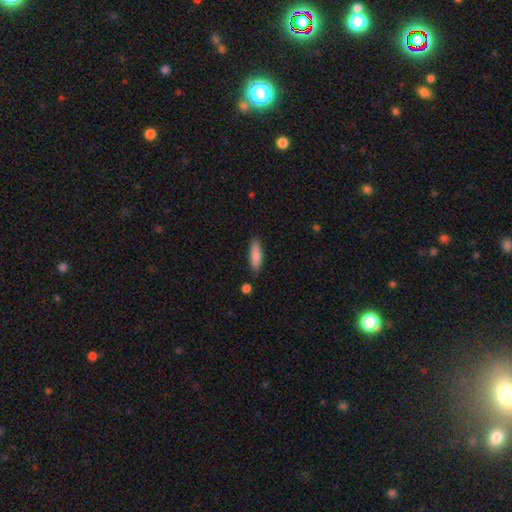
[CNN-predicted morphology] A smooth galaxy with no disk features (86%) that is cigar-shaped (55%).

Vote fractions:
- Smooth or featured? smooth: 86% / featured or disk: 9% / star or artifact: 6%
- How rounded? cigar-shaped: 55% / in between: 43% / round: 2%
- Merging? none: 84% / minor disturbance: 11% / merger: 3% / major disturbance: 2%